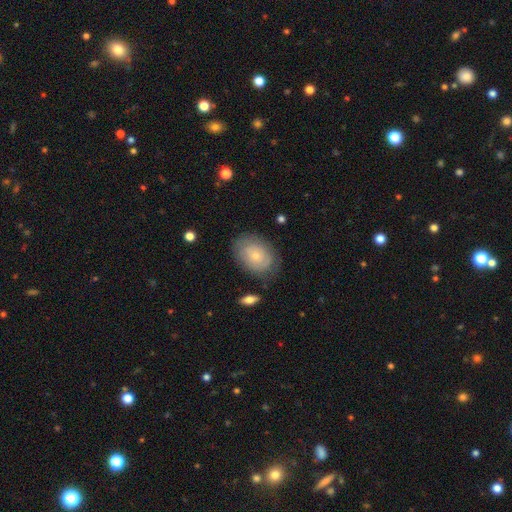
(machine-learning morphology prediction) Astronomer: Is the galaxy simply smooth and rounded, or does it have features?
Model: smooth — 54% (runner-up: featured or disk, 39%).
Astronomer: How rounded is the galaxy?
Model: in between — 75%.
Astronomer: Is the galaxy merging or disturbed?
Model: none — 75%.